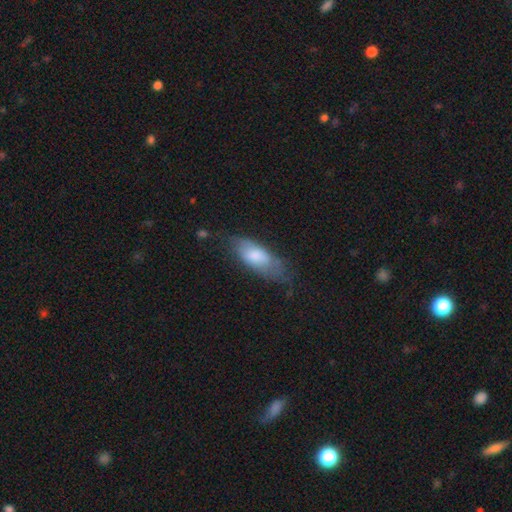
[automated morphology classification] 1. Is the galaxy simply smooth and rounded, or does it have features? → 71% smooth, 23% featured or disk, 6% star or artifact.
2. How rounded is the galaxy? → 80% in between, 18% cigar-shaped, 2% round.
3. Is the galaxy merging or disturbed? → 51% none, 32% minor disturbance, 14% major disturbance, 2% merger.